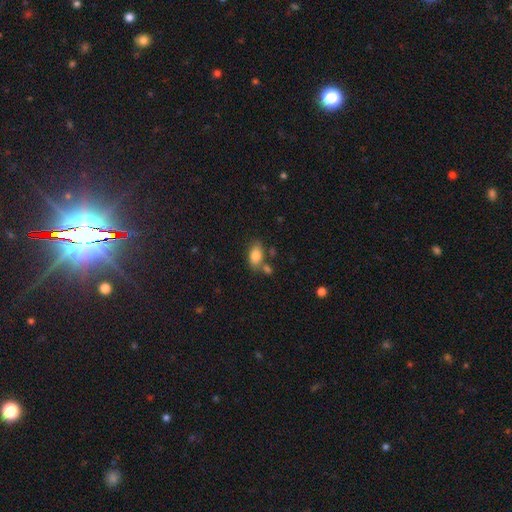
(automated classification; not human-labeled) This appears to be a smooth galaxy with no disk features (81%) that is in between round and cigar-shaped (89%). Merging: none (65%).